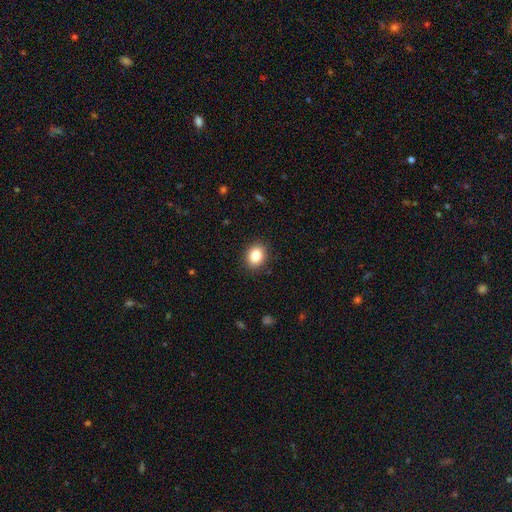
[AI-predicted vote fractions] A smooth galaxy with no disk features (85%) that is round (51%). Merging: none (90%).